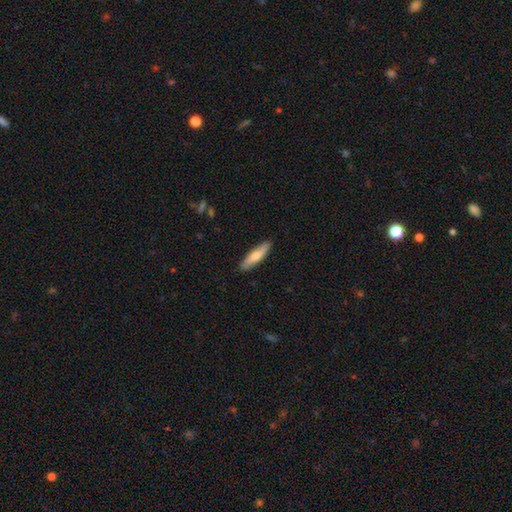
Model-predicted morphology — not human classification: Q: Smooth or featured?
A: smooth (63%); runner-up: featured or disk (32%)
Q: How rounded?
A: cigar-shaped (77%); runner-up: in between (22%)
Q: Merging?
A: none (89%); runner-up: minor disturbance (9%)